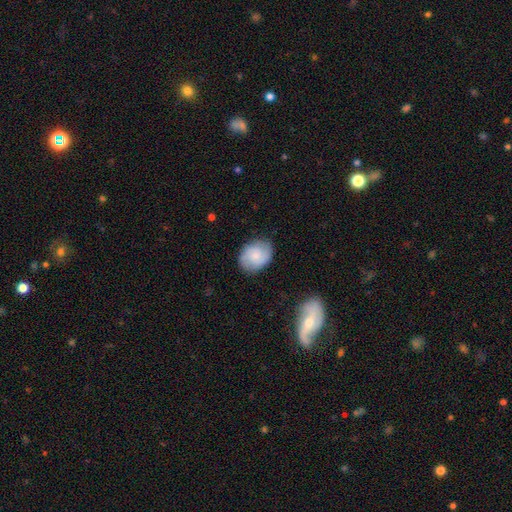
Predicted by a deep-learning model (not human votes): The model was most divided on "how rounded": in between: 54%, round: 45%, cigar-shaped: 1%. More confident: merging — none (80%); smooth or featured — smooth (59%).